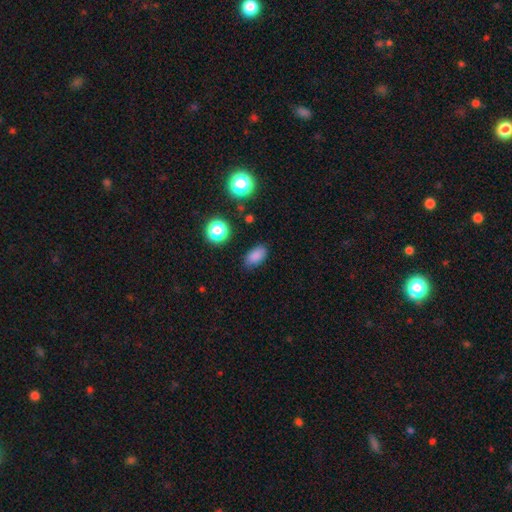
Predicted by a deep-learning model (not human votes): Q: Smooth or featured?
A: smooth (82%); runner-up: star or artifact (13%)
Q: How rounded?
A: in between (88%); runner-up: round (9%)
Q: Merging?
A: none (82%); runner-up: minor disturbance (13%)